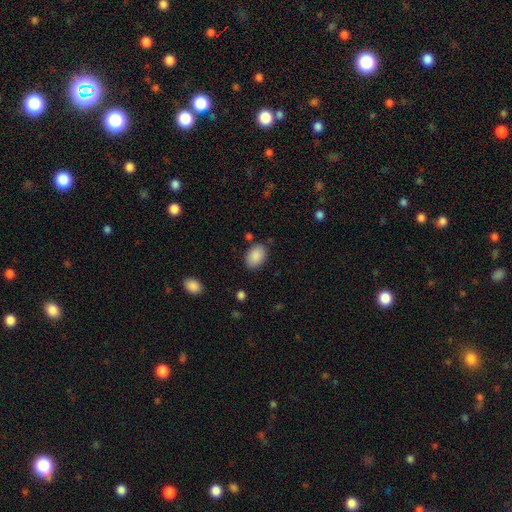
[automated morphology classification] smooth_or_featured: smooth (p=0.89) [alt: star or artifact p=0.07]
how_rounded: in between (p=0.83) [alt: round p=0.16]
merging: none (p=0.83) [alt: minor disturbance p=0.12]